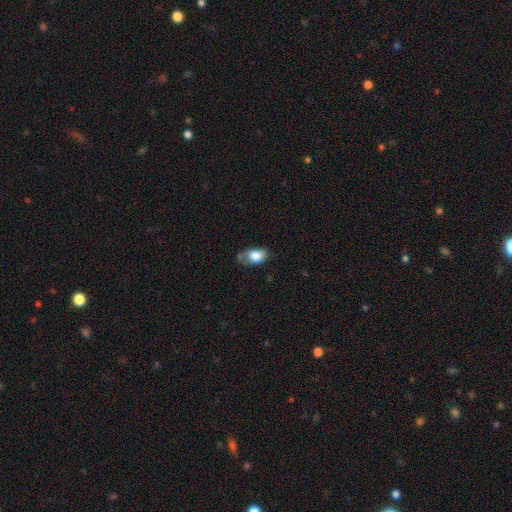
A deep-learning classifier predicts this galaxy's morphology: Overall: smooth (82%). How rounded: in between (86%). Merging: none (48%; minor disturbance 34%).